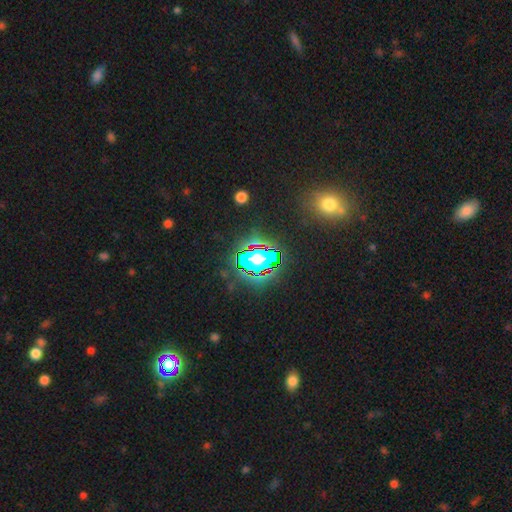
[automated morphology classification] Smooth or featured? Predicted: star or artifact (p=0.75).